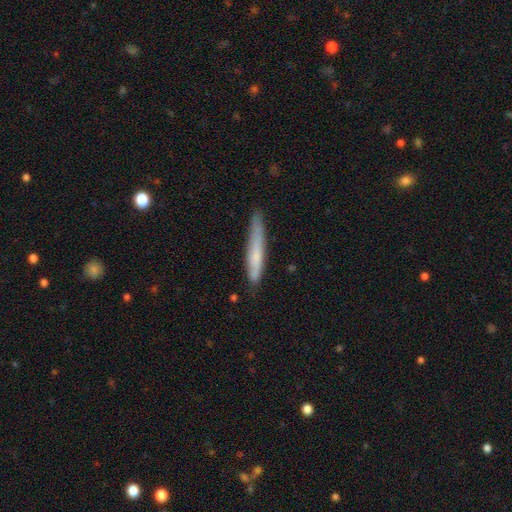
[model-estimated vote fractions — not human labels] A smooth galaxy with no disk features (66%) that is cigar-shaped (94%).

Vote fractions:
- Smooth or featured? smooth: 66% / featured or disk: 28% / star or artifact: 6%
- How rounded? cigar-shaped: 94% / in between: 4% / round: 1%
- Merging? none: 76% / minor disturbance: 19% / major disturbance: 3% / merger: 2%